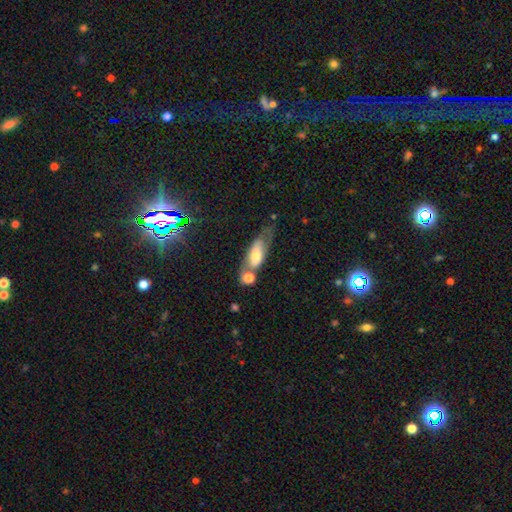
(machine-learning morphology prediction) Q: Smooth or featured?
A: smooth (56%); runner-up: featured or disk (35%)
Q: How rounded?
A: in between (69%); runner-up: cigar-shaped (27%)
Q: Merging?
A: none (40%); runner-up: merger (25%)